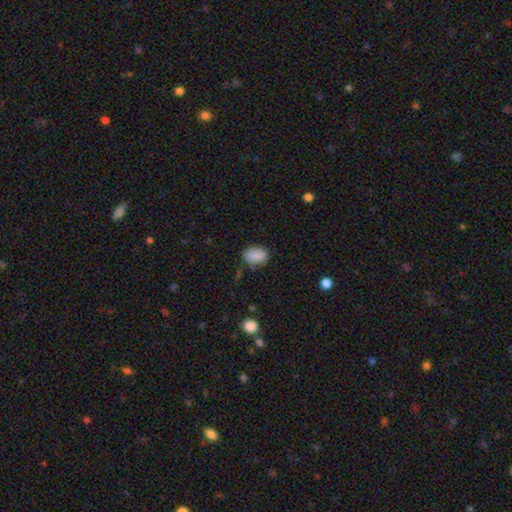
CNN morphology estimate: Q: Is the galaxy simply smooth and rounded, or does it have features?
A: smooth — 85%.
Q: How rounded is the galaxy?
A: in between — 82%.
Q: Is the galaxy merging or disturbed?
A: none — 71%.